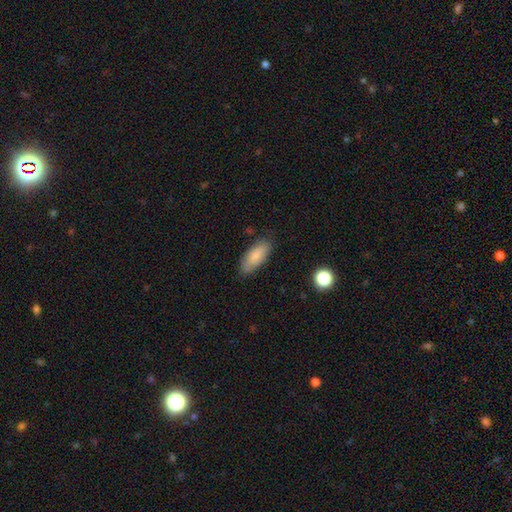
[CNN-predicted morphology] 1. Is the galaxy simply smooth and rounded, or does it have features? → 82% smooth, 11% featured or disk, 6% star or artifact.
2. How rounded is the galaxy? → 82% in between, 16% cigar-shaped, 2% round.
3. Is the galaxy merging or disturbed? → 79% none, 16% minor disturbance, 3% major disturbance, 2% merger.